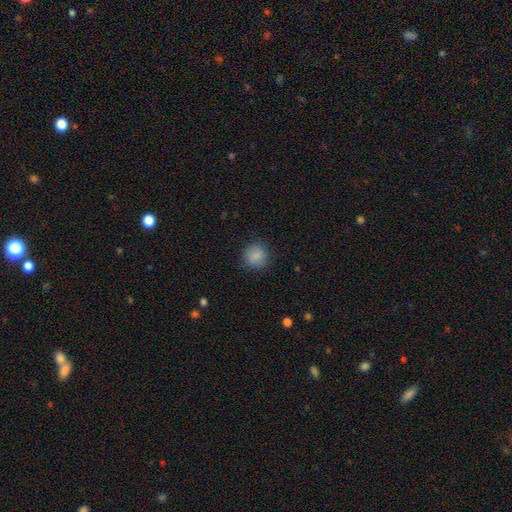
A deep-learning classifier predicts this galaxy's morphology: Overall: smooth (87%). How rounded: round (91%). Merging: none (87%).